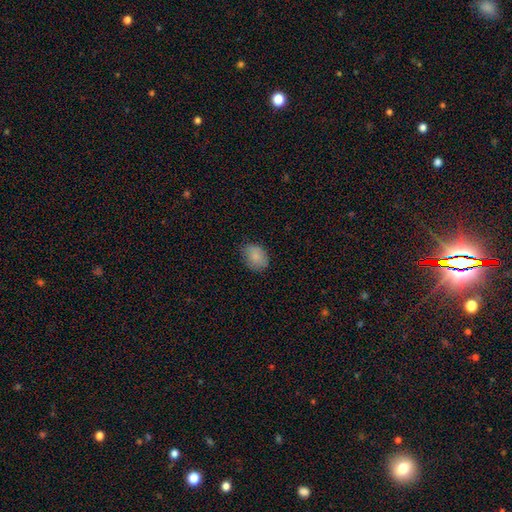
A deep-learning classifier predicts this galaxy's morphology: This appears to be a smooth galaxy with no disk features (83%) that is in between round and cigar-shaped (68%). Merging: none (75%).